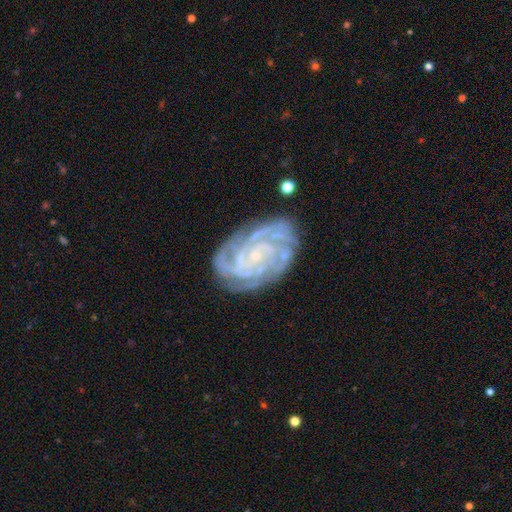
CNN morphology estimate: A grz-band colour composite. It shows a featured or disk galaxy (89%) with no bar (67%), 4 (32%) tight (78%) spiral arms (98%) and a small central bulge (83%). Merging: none (77%).